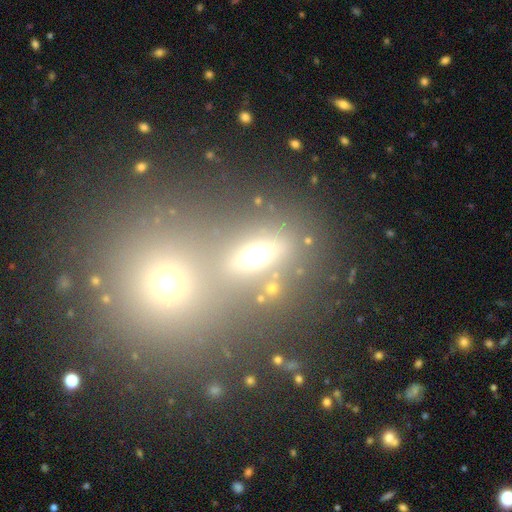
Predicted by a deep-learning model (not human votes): smooth_or_featured: smooth (p=0.54) [alt: star or artifact p=0.25]
how_rounded: in between (p=0.59) [alt: round p=0.33]
merging: none (p=0.48) [alt: merger p=0.37]